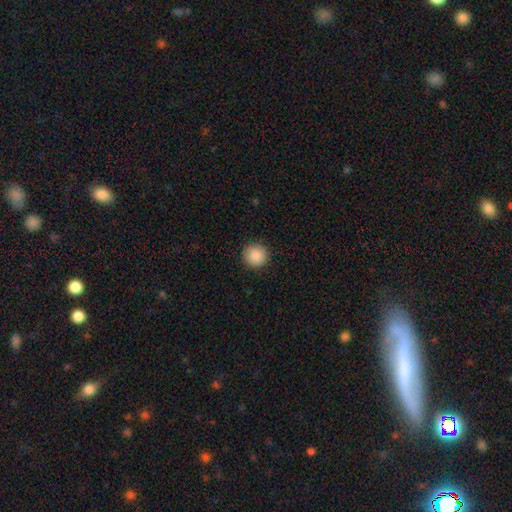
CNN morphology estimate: Smooth or featured? smooth (89%)
How rounded? round (95%)
Merging? none (92%)